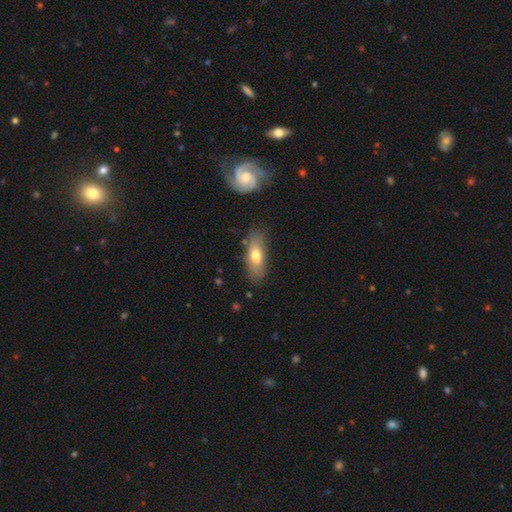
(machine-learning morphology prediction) Smooth or featured? Predicted: smooth (p=0.67). How rounded? Predicted: in between (p=0.71). Merging? Predicted: none (p=0.78).